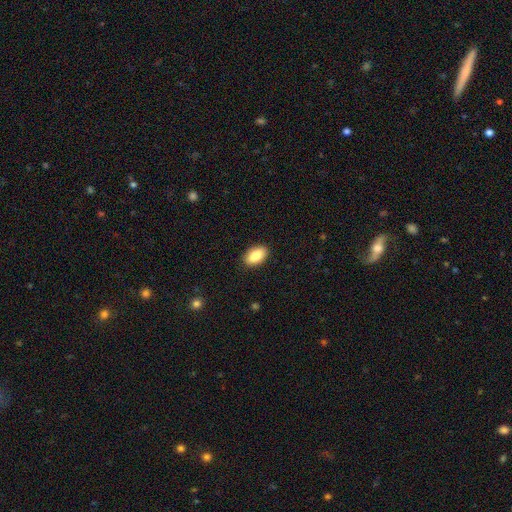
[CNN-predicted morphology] type=smooth (89%); roundness=in between (94%); merging=none (89%).